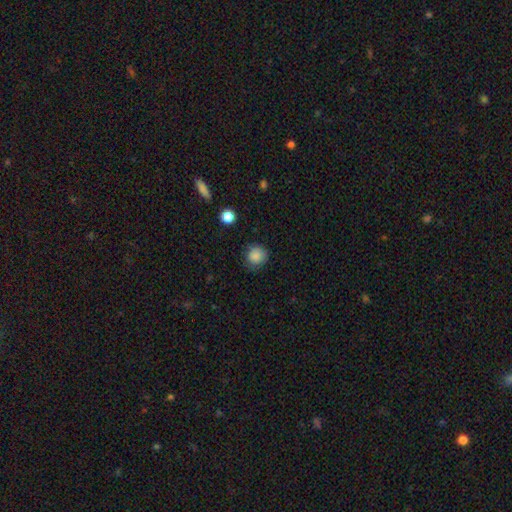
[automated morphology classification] Q: Smooth or featured?
A: smooth (86%); runner-up: star or artifact (10%)
Q: How rounded?
A: round (88%); runner-up: in between (11%)
Q: Merging?
A: none (80%); runner-up: minor disturbance (15%)